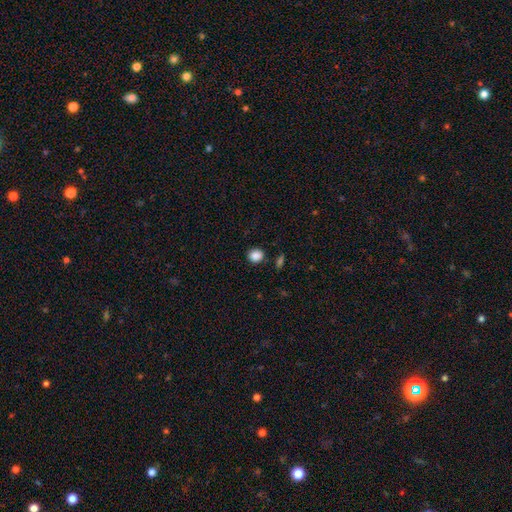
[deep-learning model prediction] This is clearly a smooth galaxy (87%). How rounded: clearly round (80%). Merging: clearly none (87%).